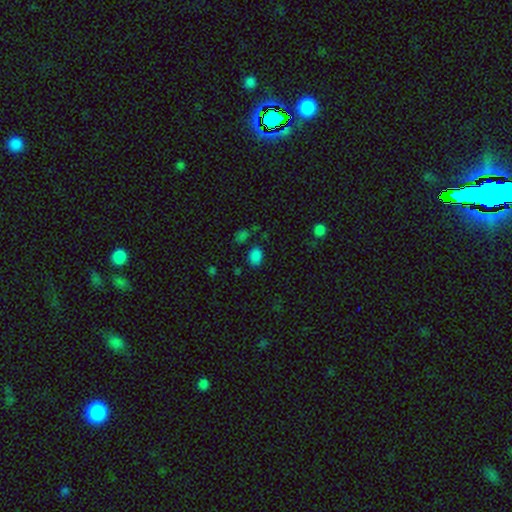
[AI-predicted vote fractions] Overall: smooth (80%). How rounded: in between (72%). Merging: none (78%).